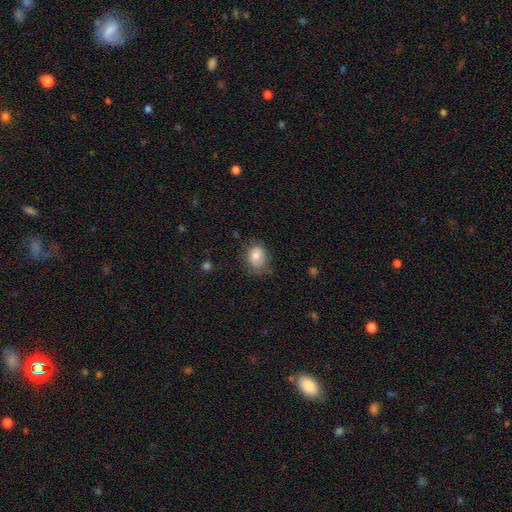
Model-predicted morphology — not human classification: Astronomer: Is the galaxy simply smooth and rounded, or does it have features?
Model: smooth — 80%.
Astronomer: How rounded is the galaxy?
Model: in between — 57% (runner-up: round, 42%).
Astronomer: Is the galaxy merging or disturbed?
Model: none — 64%.